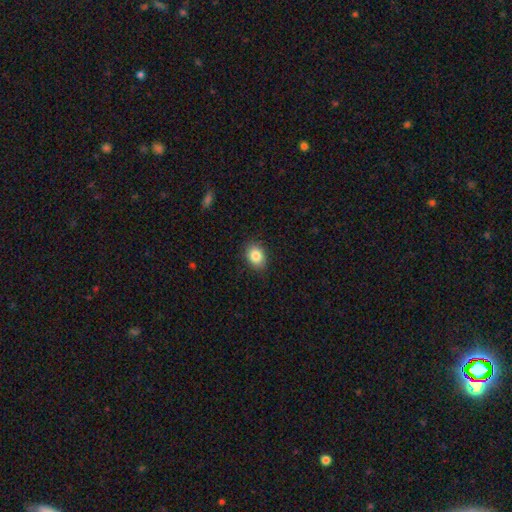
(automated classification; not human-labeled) A smooth galaxy with no disk features (85%) that is in between round and cigar-shaped (64%).

Vote fractions:
- Smooth or featured? smooth: 85% / star or artifact: 9% / featured or disk: 7%
- How rounded? in between: 64% / round: 35% / cigar-shaped: 1%
- Merging? none: 86% / minor disturbance: 11% / major disturbance: 2% / merger: 1%